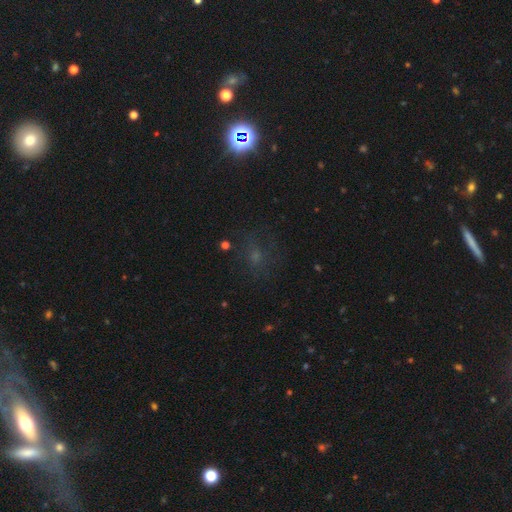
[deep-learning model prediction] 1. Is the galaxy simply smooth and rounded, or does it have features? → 47% star or artifact, 35% smooth, 18% featured or disk.